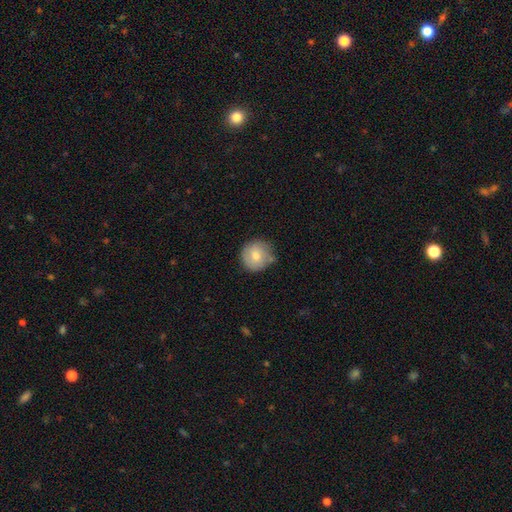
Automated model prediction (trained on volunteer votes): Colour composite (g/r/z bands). It shows a smooth galaxy with no disk features (73%) that is round (93%). Merging: none (74%).